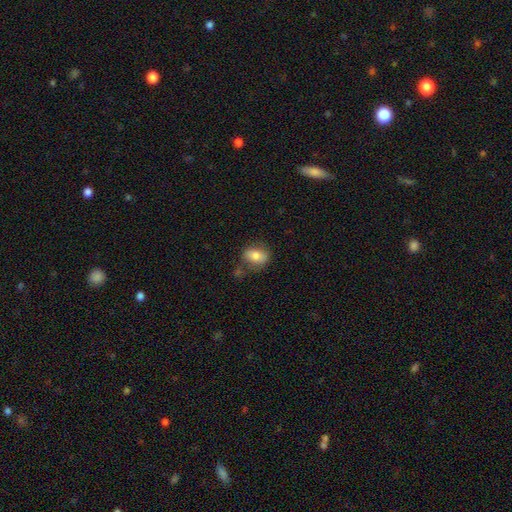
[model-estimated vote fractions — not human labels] Smooth or featured: smooth — 76% (featured or disk — 16%)
How rounded: in between — 73% (round — 24%)
Merging: none — 63% (minor disturbance — 21%)